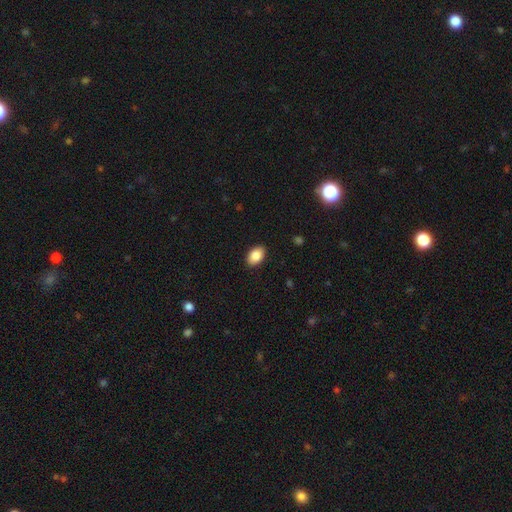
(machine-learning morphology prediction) type=smooth (87%); roundness=in between (89%); merging=none (89%).